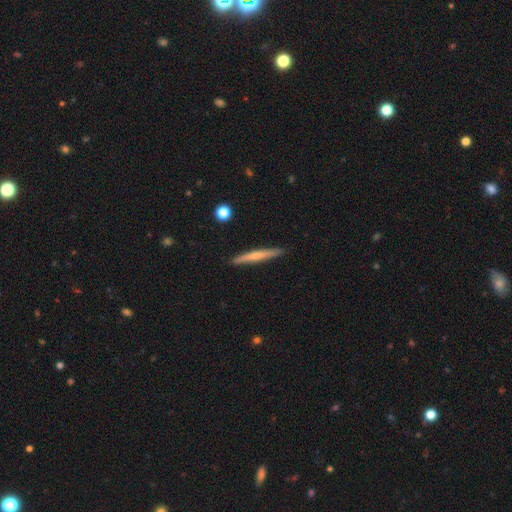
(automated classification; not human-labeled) Q: Smooth or featured?
A: smooth (48%); runner-up: featured or disk (46%)
Q: Merging?
A: none (90%); runner-up: minor disturbance (7%)